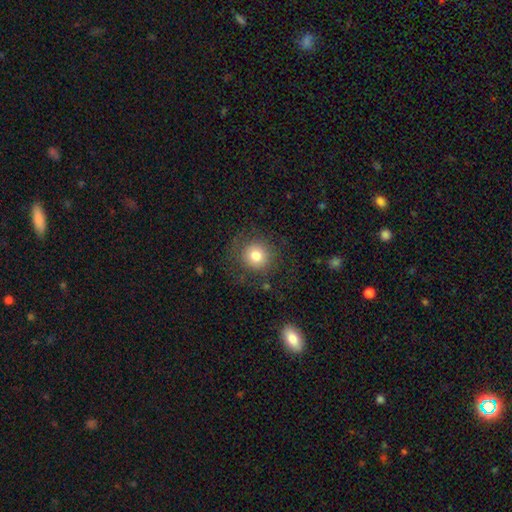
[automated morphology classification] The model was most divided on "smooth or featured": smooth: 77%, featured or disk: 12%, star or artifact: 11%. More confident: how rounded — round (92%); merging — none (79%).